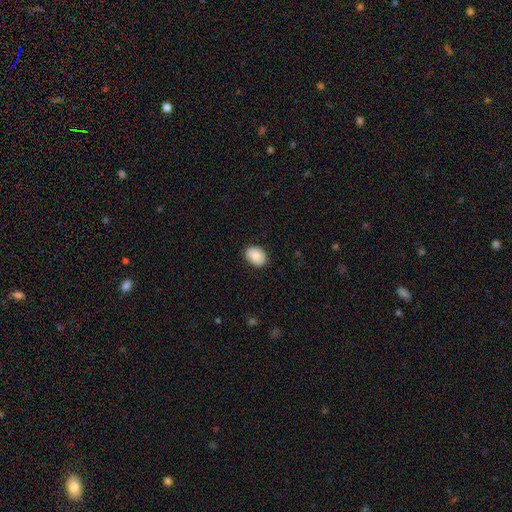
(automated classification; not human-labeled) Morphology: type=smooth (83%); roundness=in between (68%); merging=none (87%).